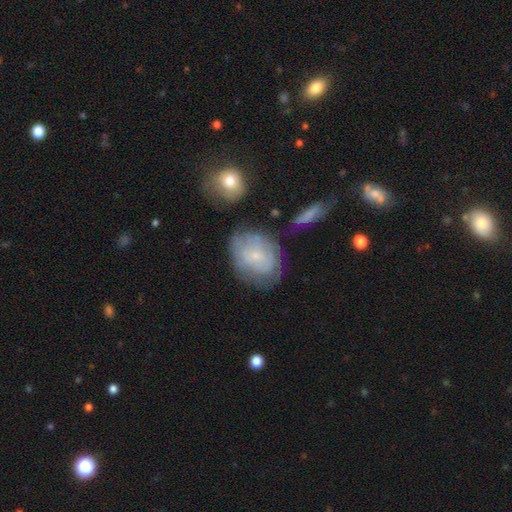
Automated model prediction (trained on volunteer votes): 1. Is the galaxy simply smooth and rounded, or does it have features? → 46% featured or disk (tied), 46% smooth (tied), 8% star or artifact.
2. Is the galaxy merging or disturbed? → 60% none, 24% minor disturbance, 11% major disturbance, 6% merger.